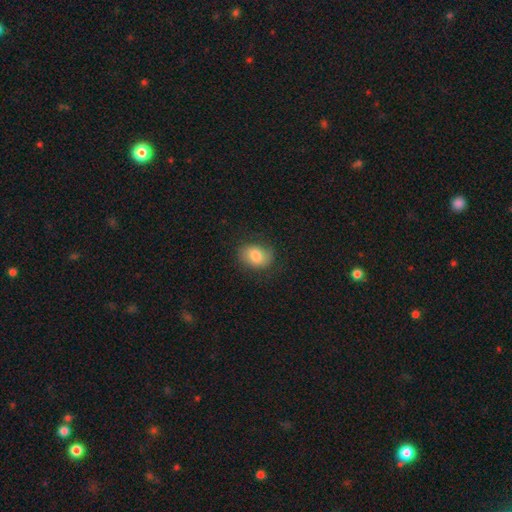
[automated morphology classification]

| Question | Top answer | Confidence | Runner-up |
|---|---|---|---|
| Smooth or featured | smooth | 76% | featured or disk (16%) |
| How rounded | in between | 63% | round (36%) |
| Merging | none | 72% | minor disturbance (19%) |